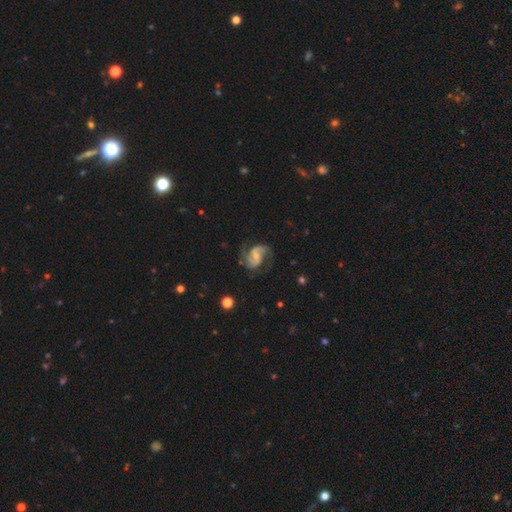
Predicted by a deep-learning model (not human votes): Q: Smooth or featured?
A: featured or disk (89%); runner-up: smooth (6%)
Q: Edge-on disk?
A: no (98%); runner-up: yes (2%)
Q: Bar?
A: weak (44%); runner-up: no (43%)
Q: Spiral arms?
A: yes (98%); runner-up: no (2%)
Q: Spiral winding?
A: medium (58%); runner-up: loose (21%)
Q: Spiral arm count?
A: 2 (90%); runner-up: 3 (3%)
Q: Bulge size?
A: small (56%); runner-up: moderate (33%)
Q: Merging?
A: none (72%); runner-up: minor disturbance (17%)